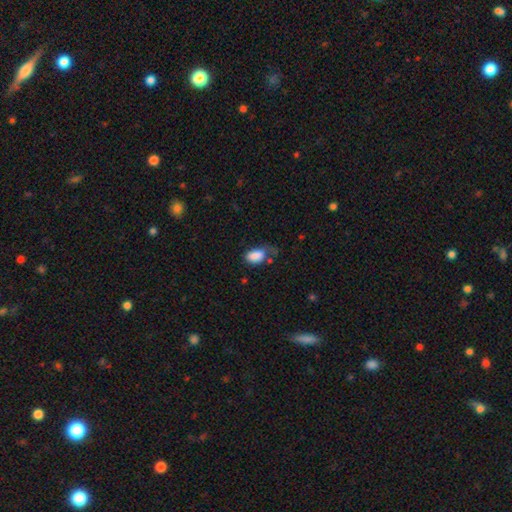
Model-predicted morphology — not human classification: Q: Smooth or featured?
A: smooth (85%); runner-up: star or artifact (8%)
Q: How rounded?
A: in between (90%); runner-up: round (8%)
Q: Merging?
A: none (37%); runner-up: minor disturbance (32%)